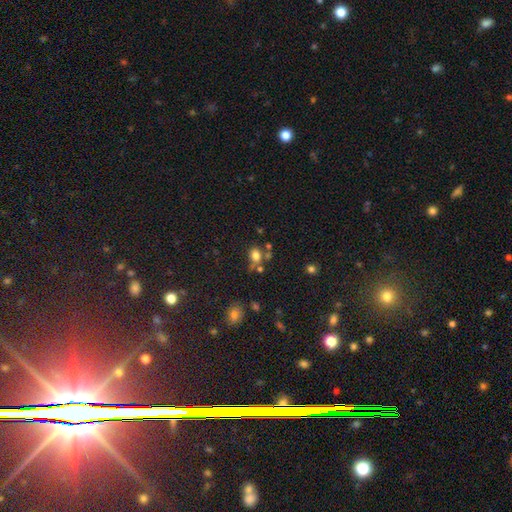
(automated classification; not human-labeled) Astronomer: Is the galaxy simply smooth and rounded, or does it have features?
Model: smooth — 76%.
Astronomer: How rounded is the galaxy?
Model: in between — 50% (runner-up: round, 49%).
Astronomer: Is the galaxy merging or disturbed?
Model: none — 51%.